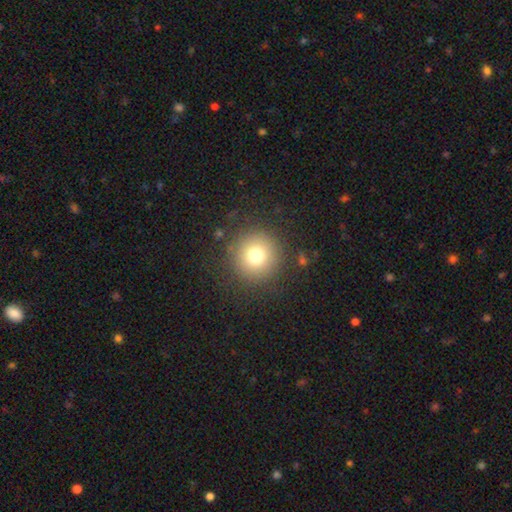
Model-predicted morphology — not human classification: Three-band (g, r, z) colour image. It shows a smooth galaxy with no disk features (75%) that is round (95%). Merging: none (88%).